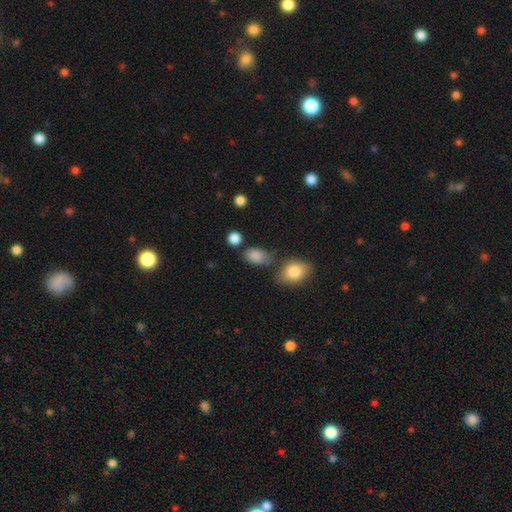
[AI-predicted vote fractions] Smooth or featured?
  - smooth: 85% *
  - star or artifact: 9%
  - featured or disk: 6%
How rounded?
  - in between: 80% *
  - round: 18%
  - cigar-shaped: 2%
Merging?
  - none: 65% *
  - minor disturbance: 20%
  - merger: 9%
  - major disturbance: 6%